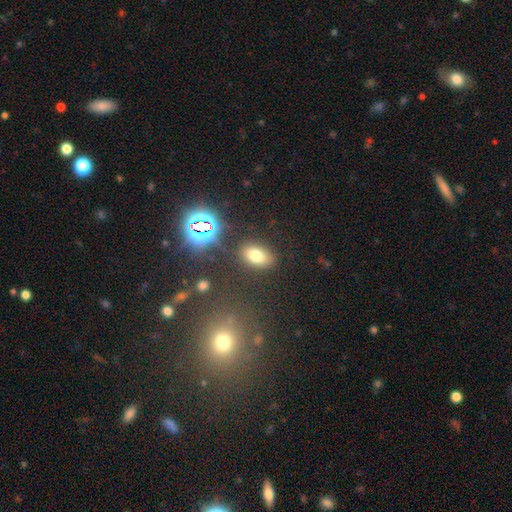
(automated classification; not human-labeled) This is likely a smooth galaxy (71%). How rounded: clearly in between (83%). Merging: clearly none (83%).